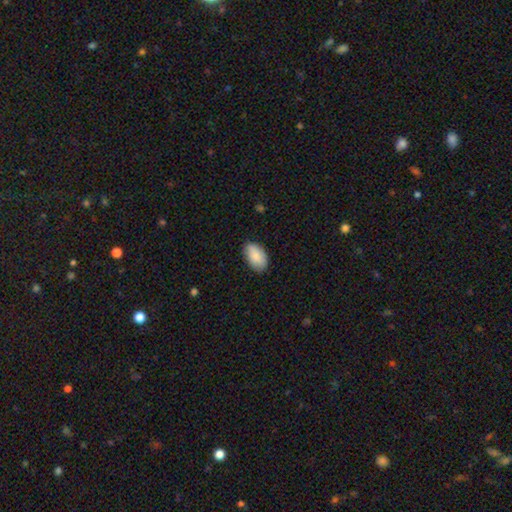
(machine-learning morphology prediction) smooth 84%, featured or disk 10%, star or artifact 6%. Down the decision tree: how rounded — in between (93%); merging — none (80%).